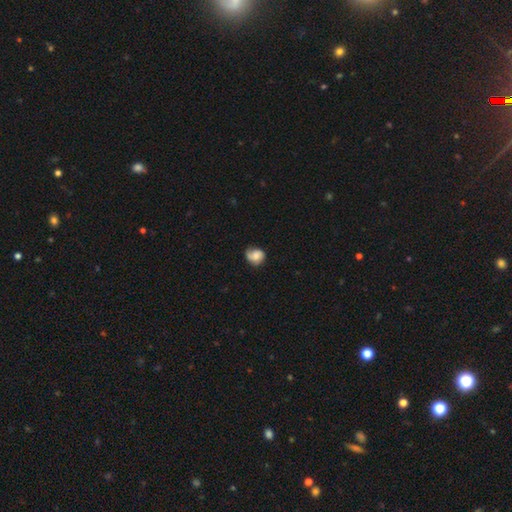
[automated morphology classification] Q: Smooth or featured?
A: smooth (57%); runner-up: featured or disk (34%)
Q: How rounded?
A: round (68%); runner-up: in between (31%)
Q: Merging?
A: none (58%); runner-up: minor disturbance (30%)